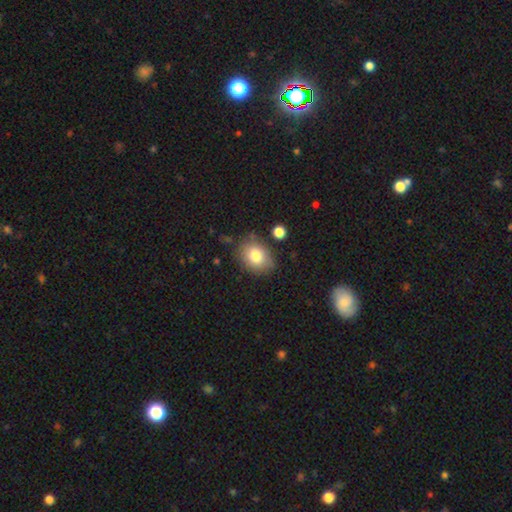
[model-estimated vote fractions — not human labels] Overall: smooth (80%). How rounded: in between (61%; round 38%). Merging: none (76%).